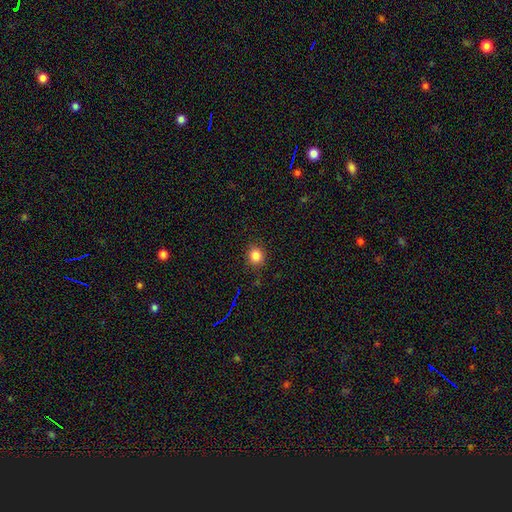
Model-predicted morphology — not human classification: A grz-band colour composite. It shows a smooth galaxy with no disk features (83%) that is round (82%). Merging: none (89%).